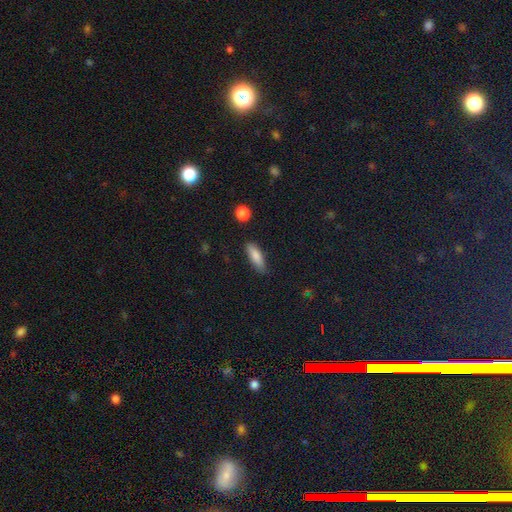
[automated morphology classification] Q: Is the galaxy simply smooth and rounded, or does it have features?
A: smooth — 83%.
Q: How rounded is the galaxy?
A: cigar-shaped — 50%.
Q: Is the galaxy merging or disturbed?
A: none — 78%.